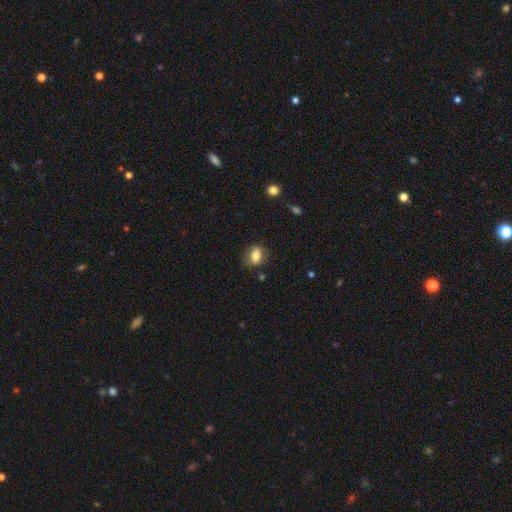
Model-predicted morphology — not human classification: smooth 77%, featured or disk 14%, star or artifact 9%. Down the decision tree: how rounded — in between (69%); merging — none (75%).